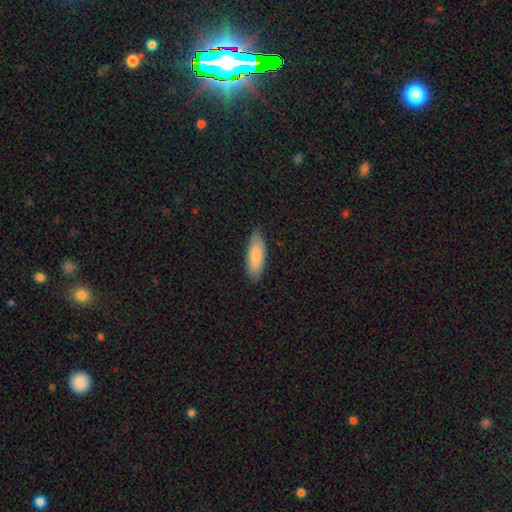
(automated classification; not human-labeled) Smooth or featured? Predicted: smooth (p=0.80). How rounded? Predicted: in between (p=0.70). Merging? Predicted: none (p=0.80).